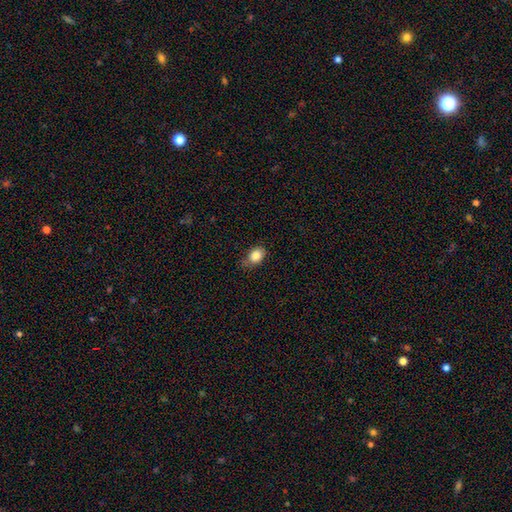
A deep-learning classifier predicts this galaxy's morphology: A smooth galaxy with no disk features (85%) that is in between round and cigar-shaped (69%). Merging: none (63%).